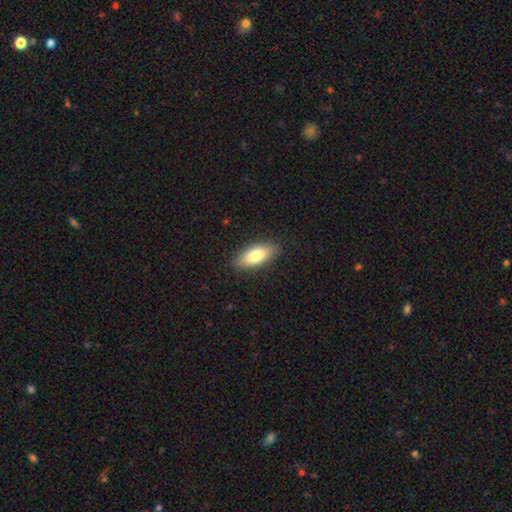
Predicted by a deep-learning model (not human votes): Smooth or featured?
  - smooth: 77% *
  - featured or disk: 16%
  - star or artifact: 6%
How rounded?
  - in between: 79% *
  - cigar-shaped: 19%
  - round: 2%
Merging?
  - none: 87% *
  - minor disturbance: 10%
  - major disturbance: 2%
  - merger: 1%